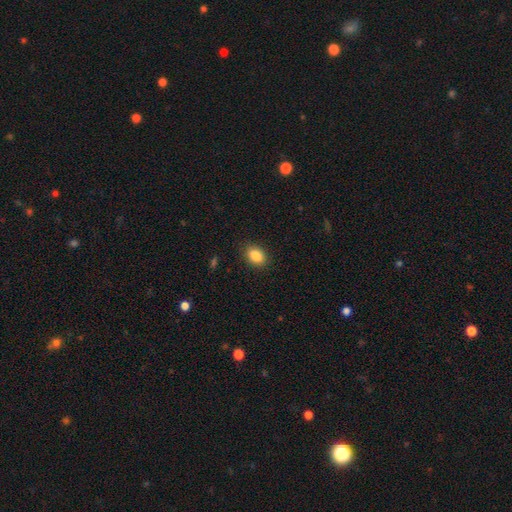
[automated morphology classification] Smooth or featured? smooth (87%)
How rounded? in between (78%)
Merging? none (88%)